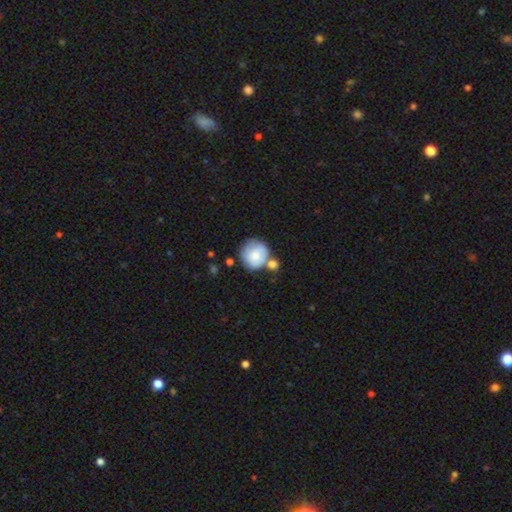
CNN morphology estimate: Smooth or featured: smooth — 76% (featured or disk — 17%)
How rounded: round — 89% (in between — 10%)
Merging: none — 48% (merger — 28%)